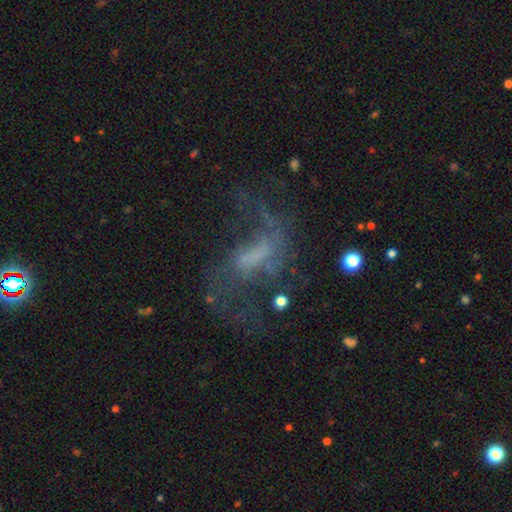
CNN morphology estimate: This is likely a featured or disk galaxy (68%). It is clearly not viewed edge-on (95%). Bar: marginally weak (40%). Spiral arm pattern: likely yes (67%). Central bulge: possibly none (59%). Merging: marginally none (41%).